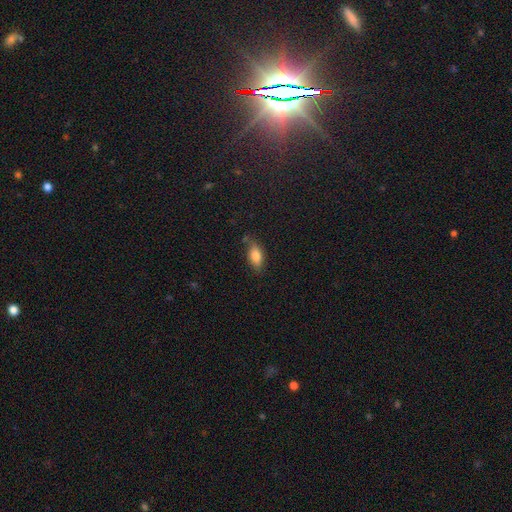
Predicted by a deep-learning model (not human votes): smooth-or-featured: smooth: 81% | featured or disk: 11% | star or artifact: 8%
  how-rounded: in between: 85% | cigar-shaped: 11% | round: 4%
  merging: none: 67% | minor disturbance: 24% | major disturbance: 6% | merger: 4%